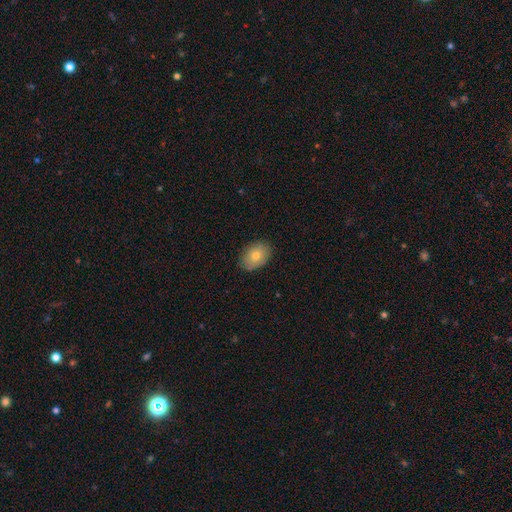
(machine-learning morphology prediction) type=smooth (74%); roundness=in between (81%); merging=none (87%).